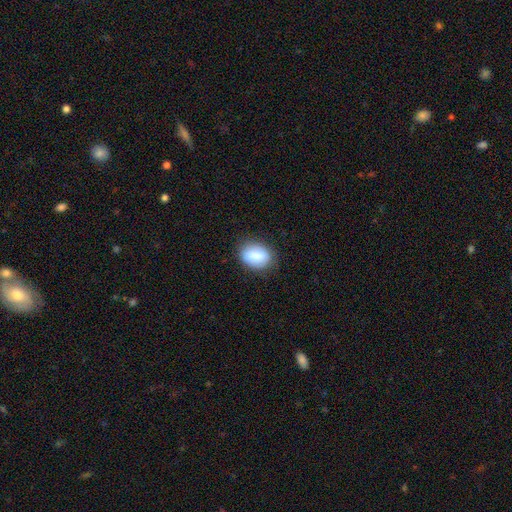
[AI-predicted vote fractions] A smooth galaxy with no disk features (82%) that is in between round and cigar-shaped (74%). Merging: none (81%).